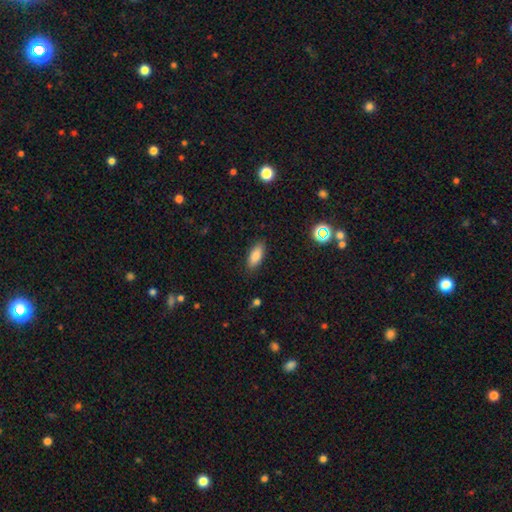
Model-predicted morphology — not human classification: This appears to be a smooth galaxy with no disk features (85%) that is in between round and cigar-shaped (83%). Merging: none (85%).